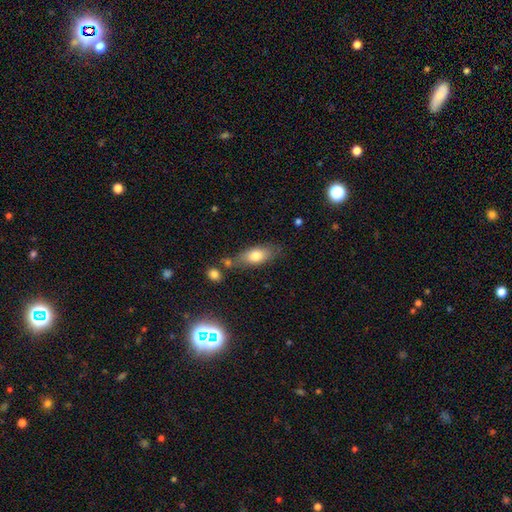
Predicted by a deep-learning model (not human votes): Smooth or featured: smooth — 76% (featured or disk — 17%)
How rounded: in between — 80% (cigar-shaped — 15%)
Merging: none — 64% (minor disturbance — 19%)